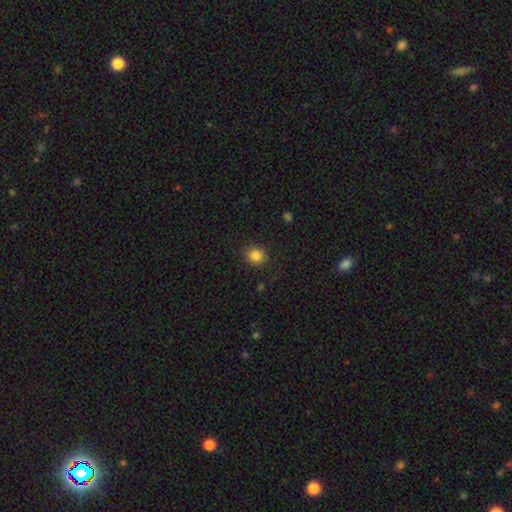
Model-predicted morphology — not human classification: This is clearly a smooth galaxy (84%). How rounded: clearly round (82%). Merging: clearly none (87%).